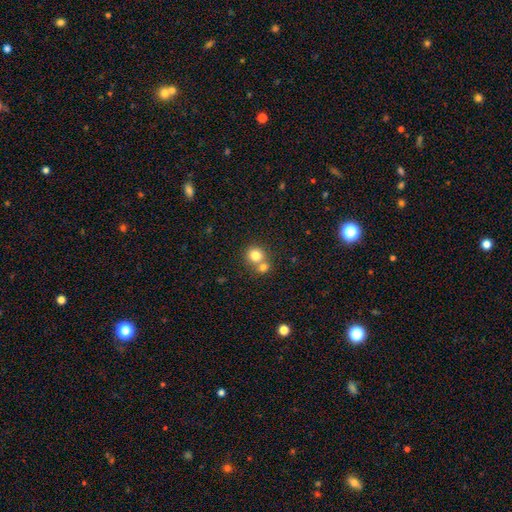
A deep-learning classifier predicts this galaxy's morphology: smooth_or_featured: smooth (p=0.79) [alt: star or artifact p=0.11]
how_rounded: round (p=0.86) [alt: in between p=0.13]
merging: none (p=0.46) [alt: merger p=0.45]